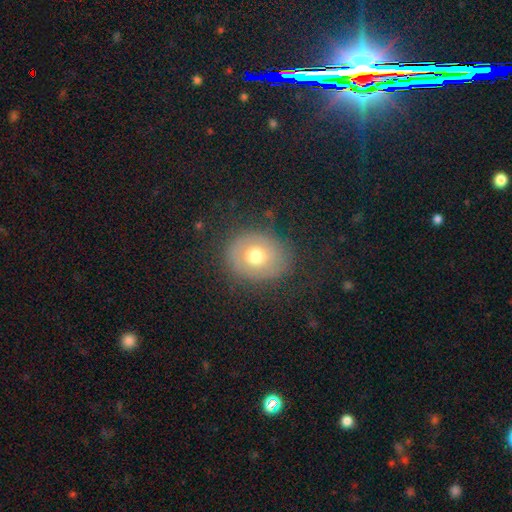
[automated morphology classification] Q: Smooth or featured?
A: smooth (61%); runner-up: featured or disk (29%)
Q: How rounded?
A: round (65%); runner-up: in between (34%)
Q: Merging?
A: none (77%); runner-up: minor disturbance (14%)